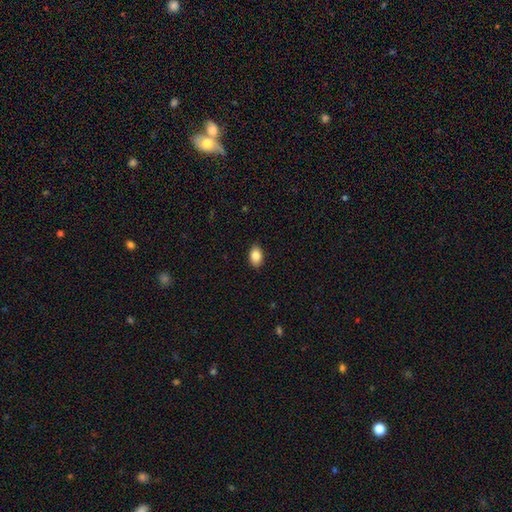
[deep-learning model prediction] A smooth galaxy with no disk features (85%) that is in between round and cigar-shaped (87%). Merging: none (88%).